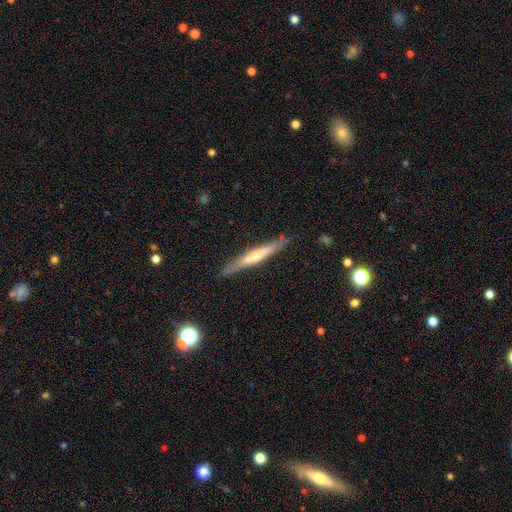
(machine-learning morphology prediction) Smooth or featured? featured or disk (59%)
Edge-on disk? yes (94%)
Edge-on bulge? rounded (60%)
Merging? none (86%)